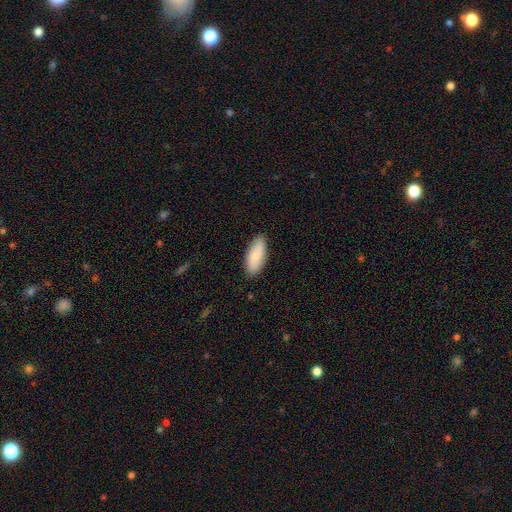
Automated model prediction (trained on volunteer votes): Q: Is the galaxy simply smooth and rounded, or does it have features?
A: smooth — 85%.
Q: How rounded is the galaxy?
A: in between — 82%.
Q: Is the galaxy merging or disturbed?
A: none — 87%.